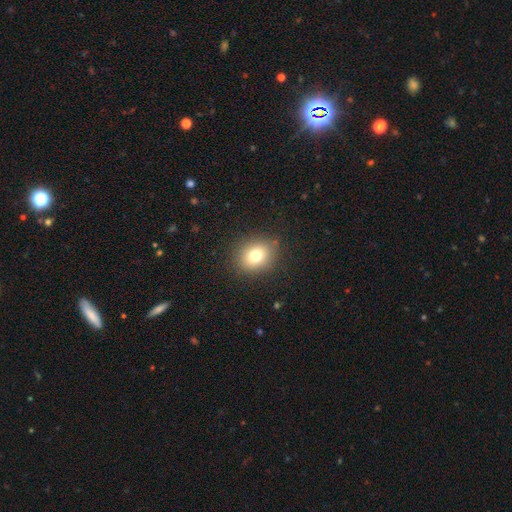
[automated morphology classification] The model was most divided on "how rounded": round: 65%, in between: 34%, cigar-shaped: 1%. More confident: merging — none (86%); smooth or featured — smooth (77%).